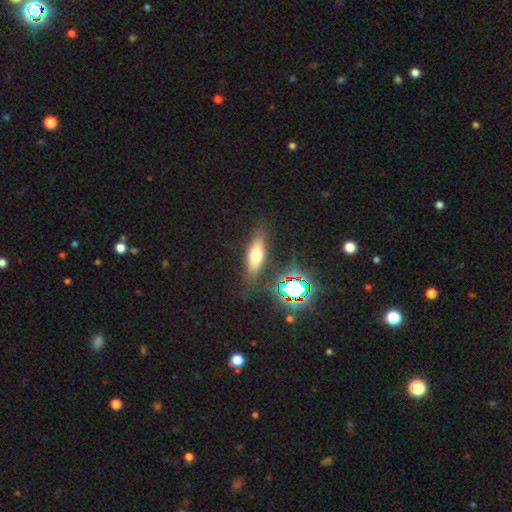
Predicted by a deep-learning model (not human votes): smooth 55%, featured or disk 31%, star or artifact 14%. Down the decision tree: how rounded — in between (52%); merging — none (79%).